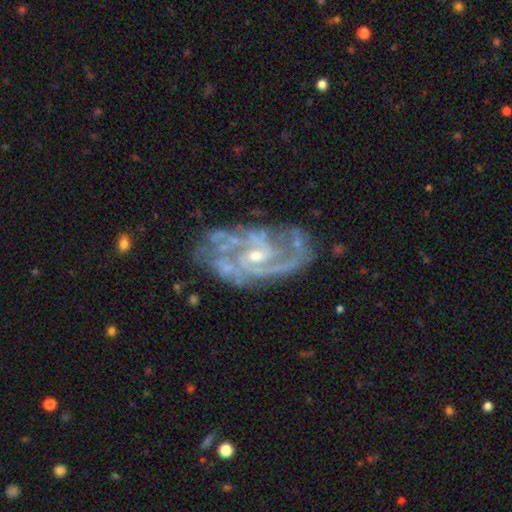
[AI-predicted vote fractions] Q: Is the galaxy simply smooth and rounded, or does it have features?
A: featured or disk — 89%.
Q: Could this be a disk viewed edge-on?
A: no — 97%.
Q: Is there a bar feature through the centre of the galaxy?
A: no — 48%.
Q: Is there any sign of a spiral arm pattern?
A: yes — 94%.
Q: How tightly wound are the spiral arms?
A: medium — 47%.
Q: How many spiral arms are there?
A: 2 — 37%.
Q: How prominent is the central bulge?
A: small — 64%.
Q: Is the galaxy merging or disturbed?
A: none — 65%.